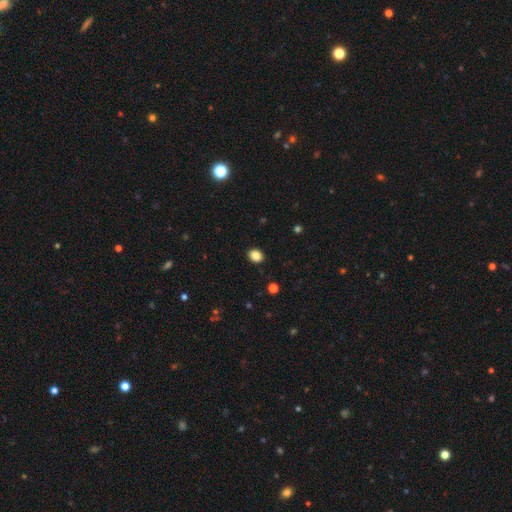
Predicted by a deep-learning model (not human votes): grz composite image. It shows a smooth galaxy with no disk features (86%) that is round (60%). Merging: none (91%).